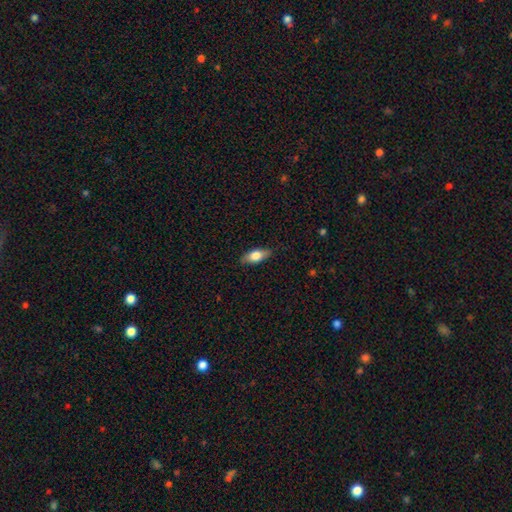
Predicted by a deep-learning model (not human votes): A smooth galaxy with no disk features (70%) that is in between round and cigar-shaped (81%). Merging: none (84%).